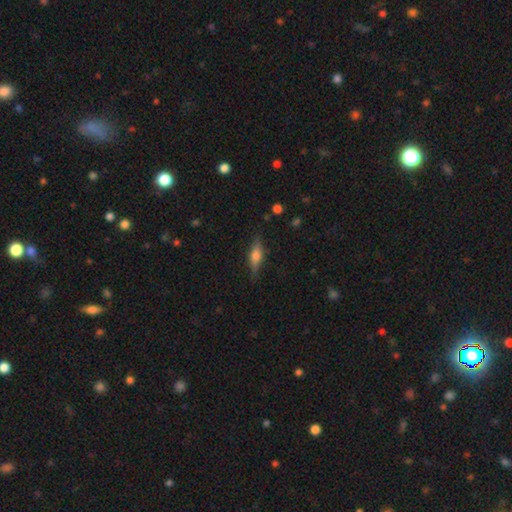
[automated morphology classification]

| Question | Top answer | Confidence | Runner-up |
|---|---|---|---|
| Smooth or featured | smooth | 48% | featured or disk (45%) |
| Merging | none | 82% | minor disturbance (14%) |